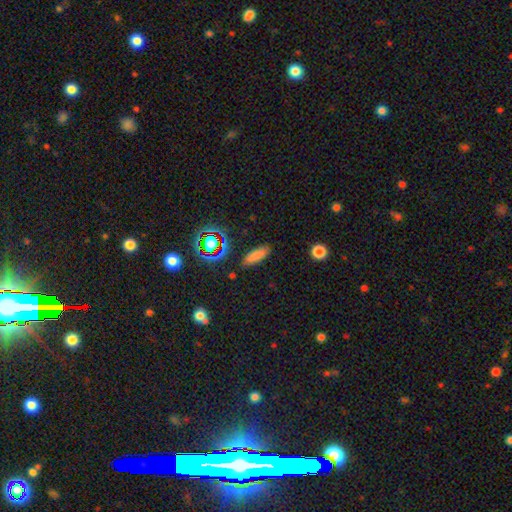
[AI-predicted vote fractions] Morphology: type=smooth (76%); roundness=in between (53%); merging=none (84%).